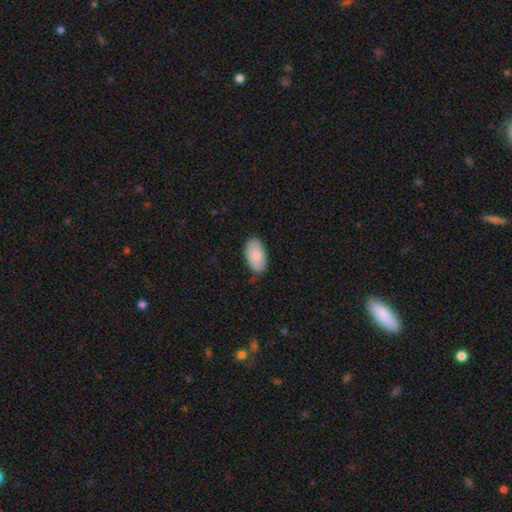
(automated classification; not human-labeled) This appears to be a smooth galaxy with no disk features (84%) that is in between round and cigar-shaped (96%). Merging: none (76%).